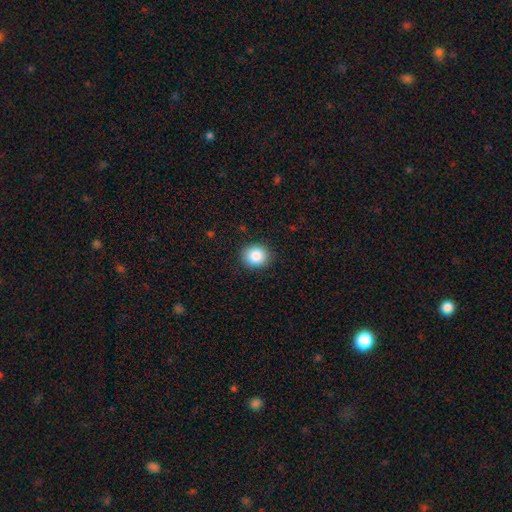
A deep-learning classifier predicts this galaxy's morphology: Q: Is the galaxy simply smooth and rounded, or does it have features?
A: smooth — 87%.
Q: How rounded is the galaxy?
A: round — 79%.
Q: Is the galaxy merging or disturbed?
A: none — 89%.